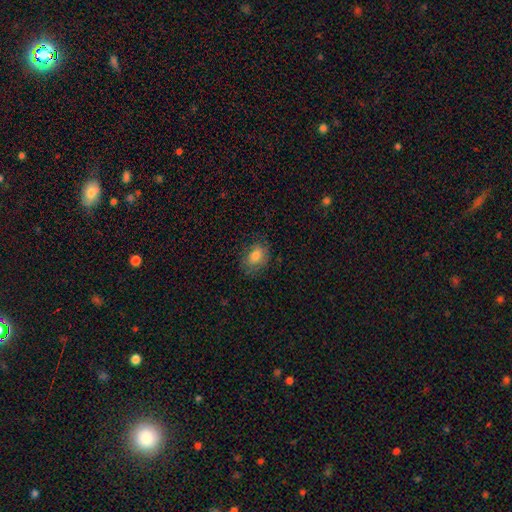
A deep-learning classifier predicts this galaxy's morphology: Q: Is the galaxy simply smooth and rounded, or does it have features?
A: smooth — 78%.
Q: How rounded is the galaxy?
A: in between — 75%.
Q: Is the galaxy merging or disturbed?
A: none — 74%.